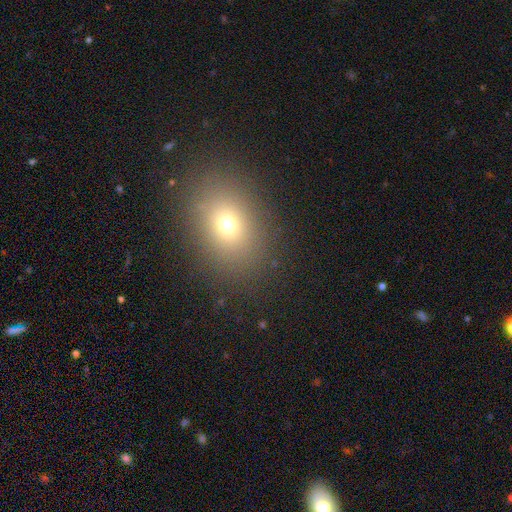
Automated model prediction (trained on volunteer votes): Overall: smooth (68%). How rounded: in between (59%; round 40%). Merging: none (88%).